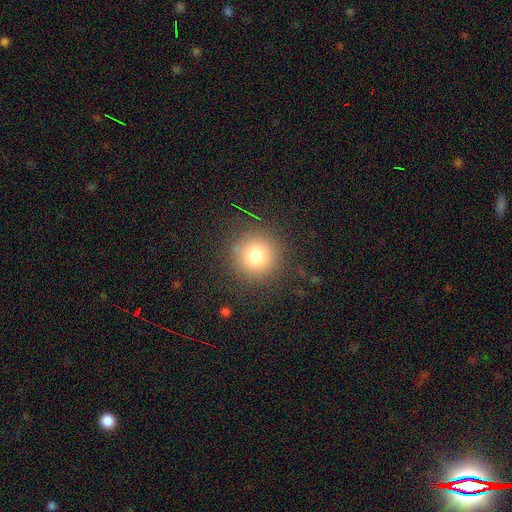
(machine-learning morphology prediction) smooth-or-featured: smooth: 77% | star or artifact: 14% | featured or disk: 9%
  how-rounded: round: 95% | in between: 4% | cigar-shaped: 1%
  merging: none: 87% | minor disturbance: 8% | major disturbance: 3% | merger: 2%